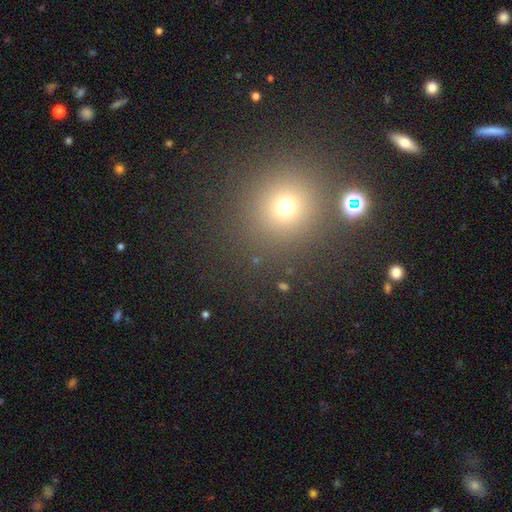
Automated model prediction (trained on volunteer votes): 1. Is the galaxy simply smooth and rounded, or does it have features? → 56% smooth, 36% star or artifact, 8% featured or disk.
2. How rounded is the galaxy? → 90% round, 9% in between, 1% cigar-shaped.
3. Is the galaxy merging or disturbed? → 86% none, 7% minor disturbance, 4% merger, 3% major disturbance.